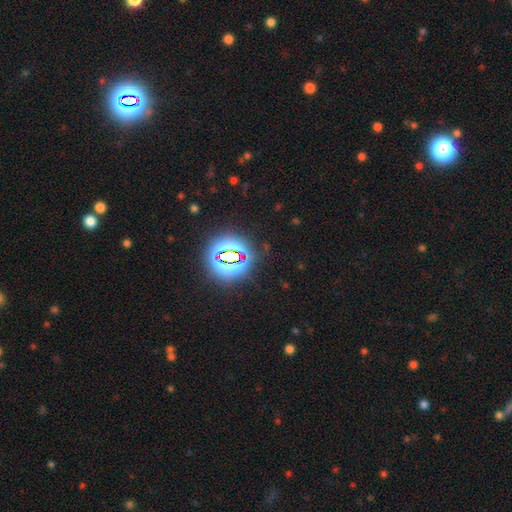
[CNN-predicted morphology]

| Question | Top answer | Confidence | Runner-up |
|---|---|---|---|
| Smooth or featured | star or artifact | 82% | smooth (11%) |